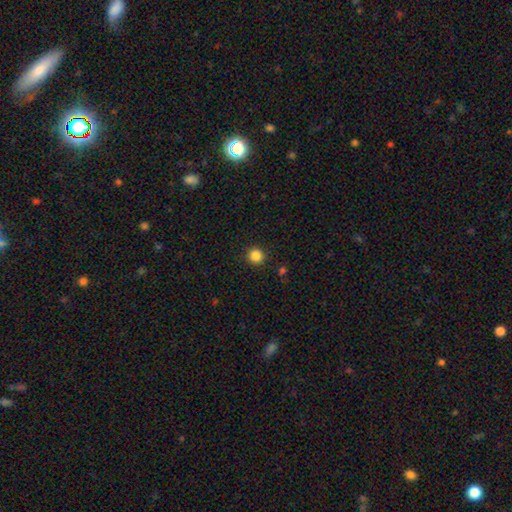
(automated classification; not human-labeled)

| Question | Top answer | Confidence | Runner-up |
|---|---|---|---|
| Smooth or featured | smooth | 85% | star or artifact (12%) |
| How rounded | round | 94% | in between (5%) |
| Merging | none | 92% | minor disturbance (5%) |